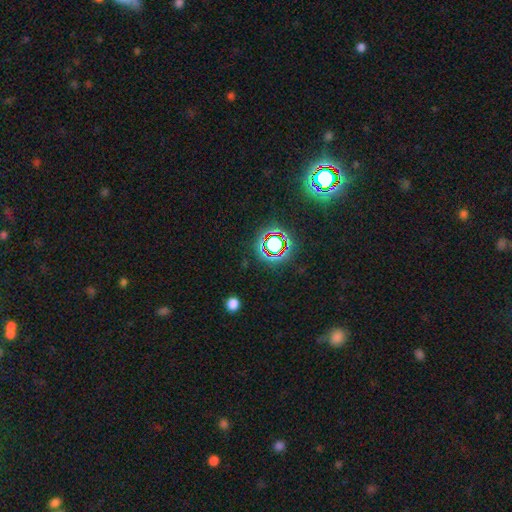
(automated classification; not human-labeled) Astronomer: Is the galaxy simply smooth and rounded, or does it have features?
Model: star or artifact — 78%.